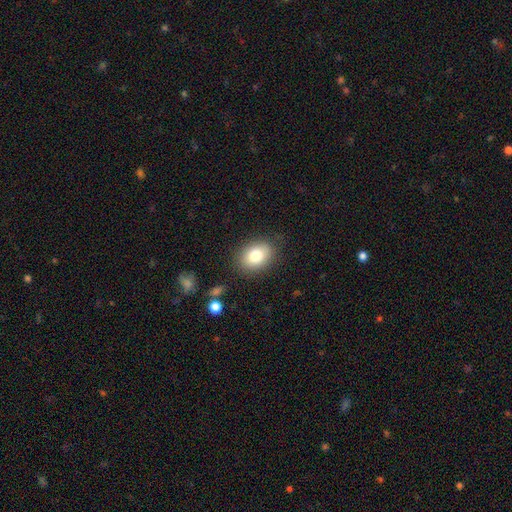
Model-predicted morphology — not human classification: type=smooth (81%); roundness=in between (70%); merging=none (84%).